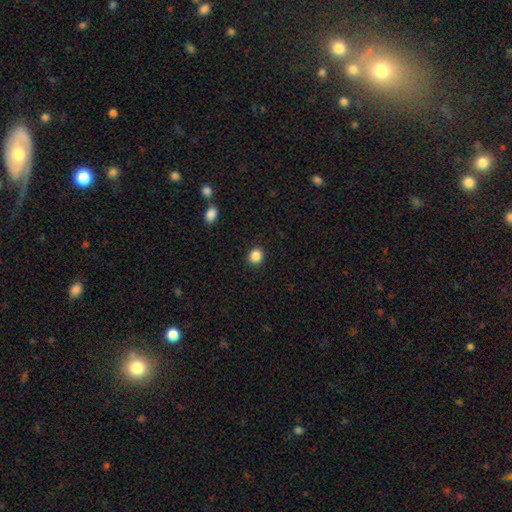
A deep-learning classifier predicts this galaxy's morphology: type=smooth (87%); roundness=round (78%); merging=none (91%).